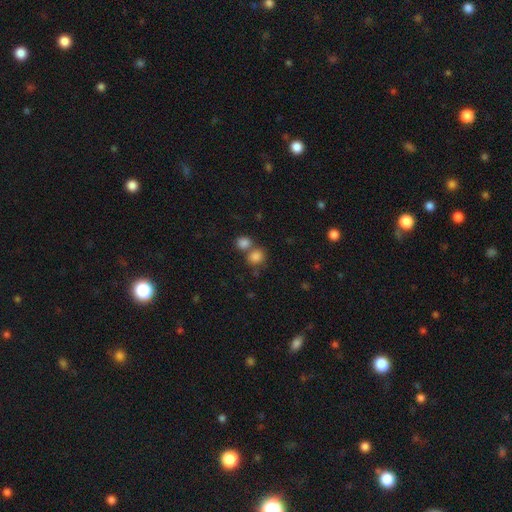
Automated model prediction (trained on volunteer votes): smooth 83%, star or artifact 11%, featured or disk 6%. Down the decision tree: how rounded — round (70%); merging — none (44%, tied with merger).